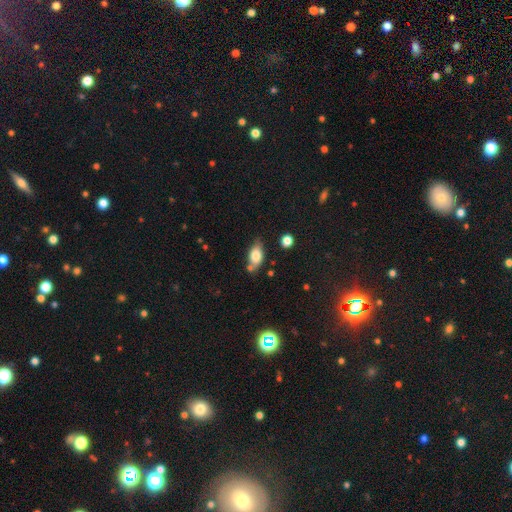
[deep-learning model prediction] Morphology: type=smooth (75%); roundness=in between (86%); merging=none (62%).